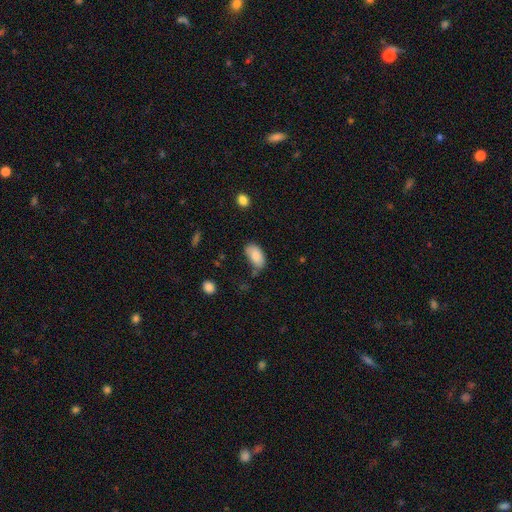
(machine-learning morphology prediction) Smooth or featured? Predicted: smooth (p=0.84). How rounded? Predicted: in between (p=0.94). Merging? Predicted: none (p=0.58).